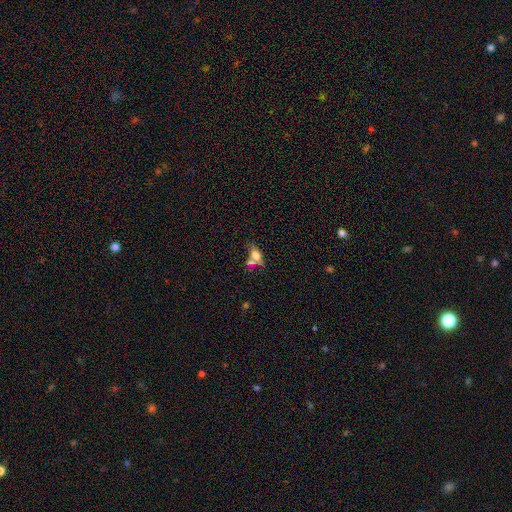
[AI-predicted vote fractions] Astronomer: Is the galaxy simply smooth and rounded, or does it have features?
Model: smooth — 63%.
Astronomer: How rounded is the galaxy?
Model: in between — 72%.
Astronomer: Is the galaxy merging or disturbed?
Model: none — 41% (runner-up: merger, 39%).